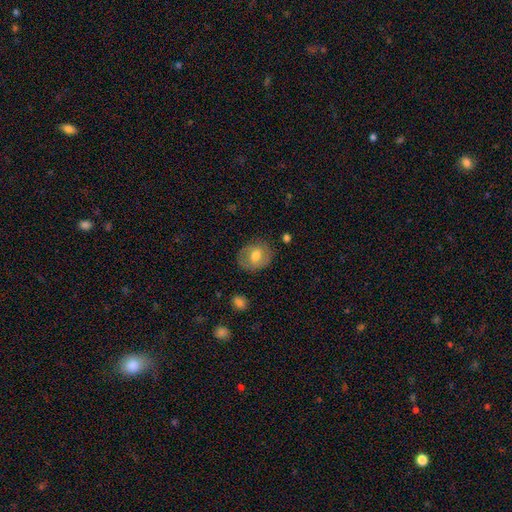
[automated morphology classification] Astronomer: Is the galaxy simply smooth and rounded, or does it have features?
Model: smooth — 58% (runner-up: featured or disk, 35%).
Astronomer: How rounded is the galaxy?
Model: round — 56% (runner-up: in between, 43%).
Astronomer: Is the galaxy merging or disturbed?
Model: none — 79%.